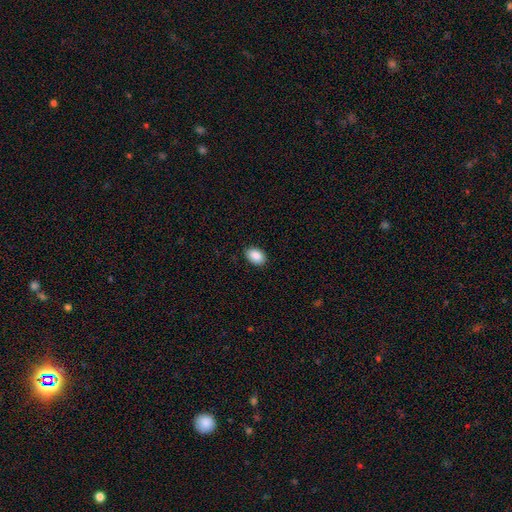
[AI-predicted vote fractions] smooth_or_featured: smooth (p=0.90) [alt: star or artifact p=0.07]
how_rounded: in between (p=0.86) [alt: round p=0.13]
merging: none (p=0.89) [alt: minor disturbance p=0.08]